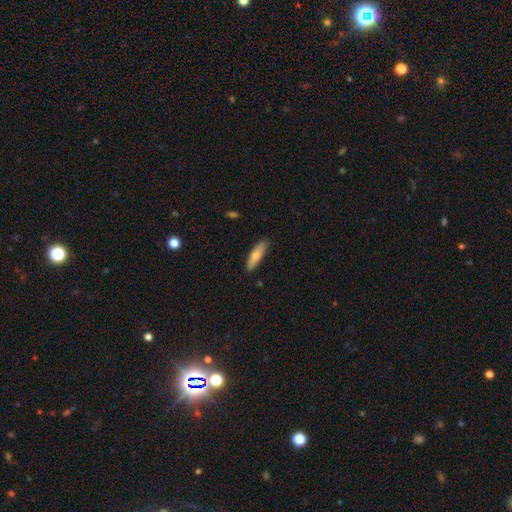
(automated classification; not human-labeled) smooth-or-featured: smooth: 77% | featured or disk: 17% | star or artifact: 6%
  how-rounded: cigar-shaped: 58% | in between: 41% | round: 2%
  merging: none: 84% | minor disturbance: 12% | major disturbance: 2% | merger: 1%